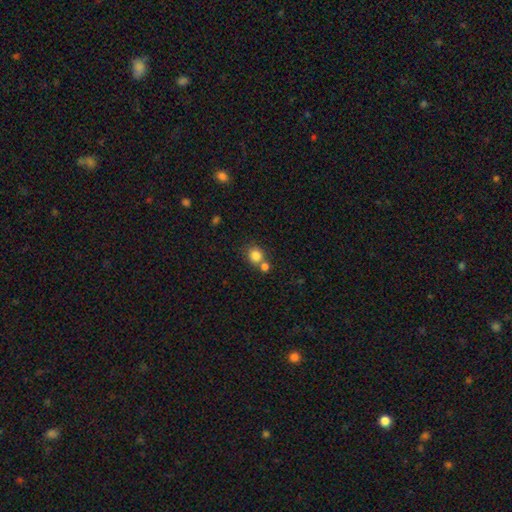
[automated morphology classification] Smooth or featured? Predicted: smooth (p=0.83). How rounded? Predicted: round (p=0.84). Merging? Predicted: none (p=0.54).